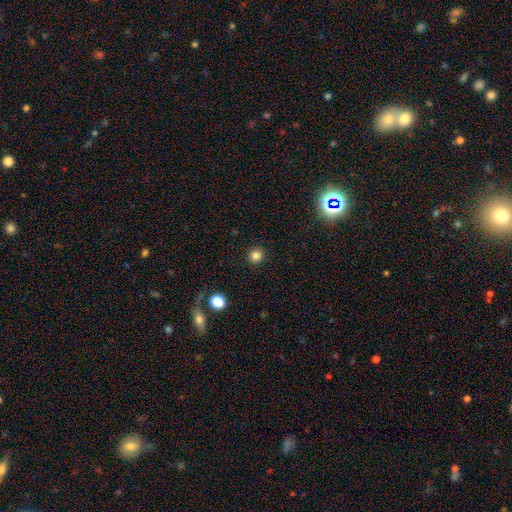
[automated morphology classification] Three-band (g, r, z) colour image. It shows a smooth galaxy with no disk features (83%) that is round (94%). Merging: none (92%).